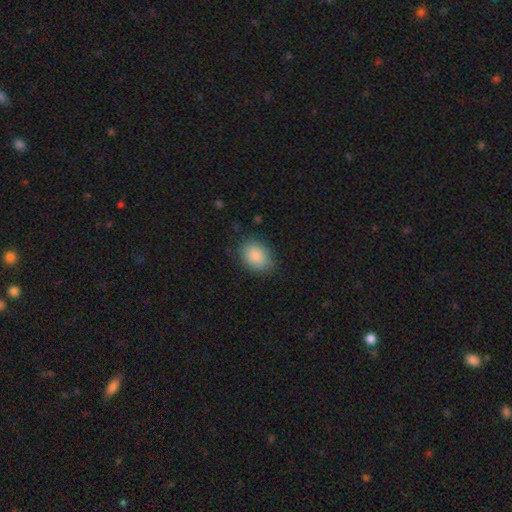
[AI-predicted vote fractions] Smooth or featured? Predicted: smooth (p=0.86). How rounded? Predicted: in between (p=0.69). Merging? Predicted: none (p=0.80).